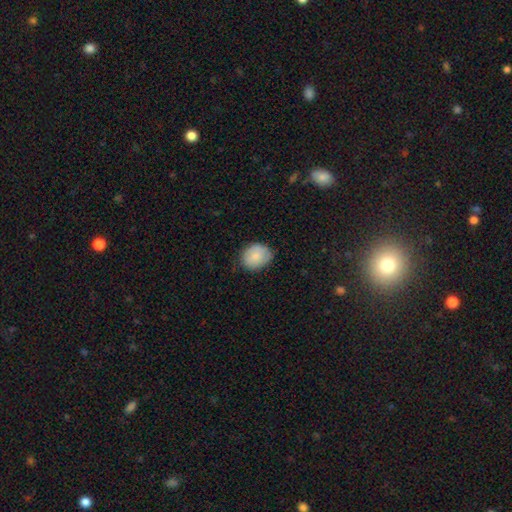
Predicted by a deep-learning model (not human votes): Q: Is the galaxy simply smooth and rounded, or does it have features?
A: smooth — 81%.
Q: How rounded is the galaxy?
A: round — 54%.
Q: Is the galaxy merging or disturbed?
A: none — 72%.